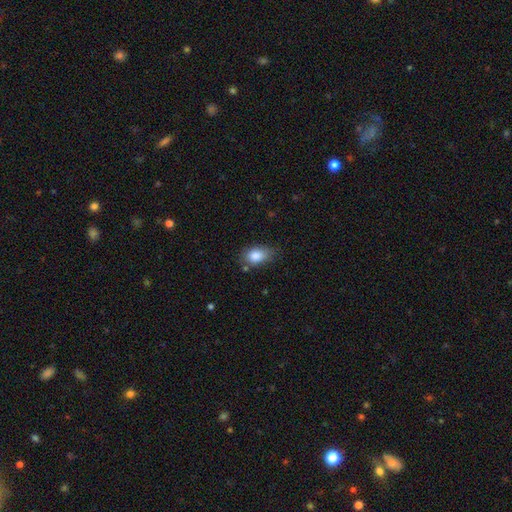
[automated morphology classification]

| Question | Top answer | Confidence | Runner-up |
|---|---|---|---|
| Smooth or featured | smooth | 84% | star or artifact (8%) |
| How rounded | in between | 81% | round (17%) |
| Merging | none | 64% | minor disturbance (27%) |